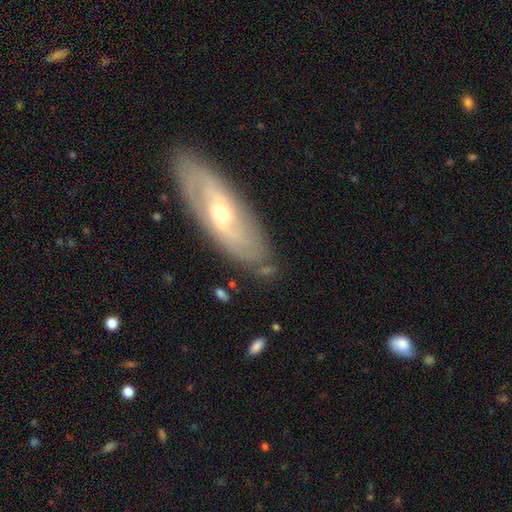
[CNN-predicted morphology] Overall: featured or disk (66%; smooth 27%). Edge-on disk: no (77%). Bar: no (49%; weak 36%). Spiral arms: yes (61%; no 39%). Bulge size: moderate (56%; small 39%). Merging: none (84%).